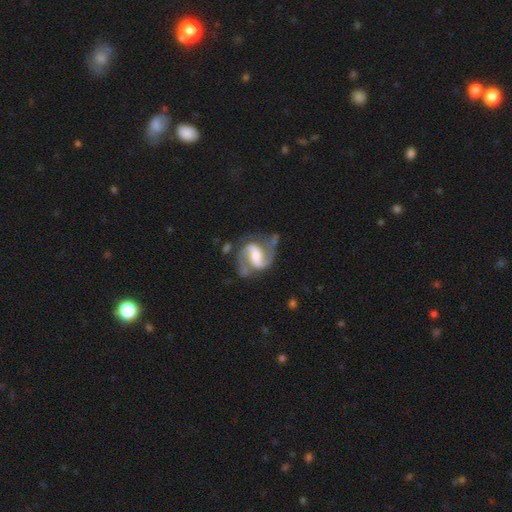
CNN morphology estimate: Smooth or featured? Predicted: featured or disk (p=0.89). Edge-on disk? Predicted: no (p=0.98). Bar? Predicted: weak (p=0.41, tied with strong). Spiral arms? Predicted: yes (p=0.97). Spiral winding? Predicted: medium (p=0.56). Spiral arm count? Predicted: 2 (p=0.90). Bulge size? Predicted: moderate (p=0.49). Merging? Predicted: none (p=0.60).